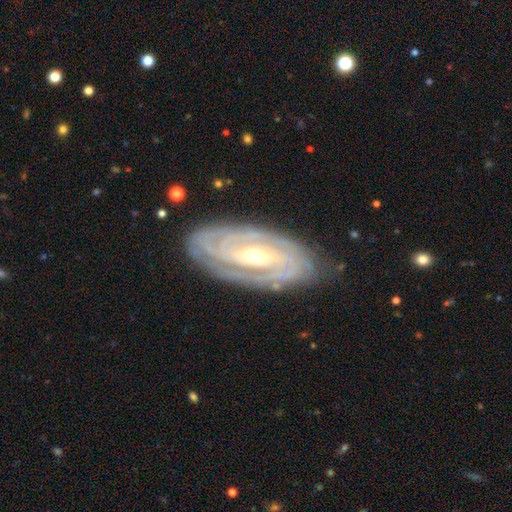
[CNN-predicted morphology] featured or disk 87%, smooth 8%, star or artifact 5%. Down the decision tree: edge-on disk — no (92%); bar — weak (37%); spiral arms — yes (95%); spiral arm count — 2 (30%, tied with can't tell); spiral winding — tight (77%); bulge size — moderate (55%); merging — none (81%).